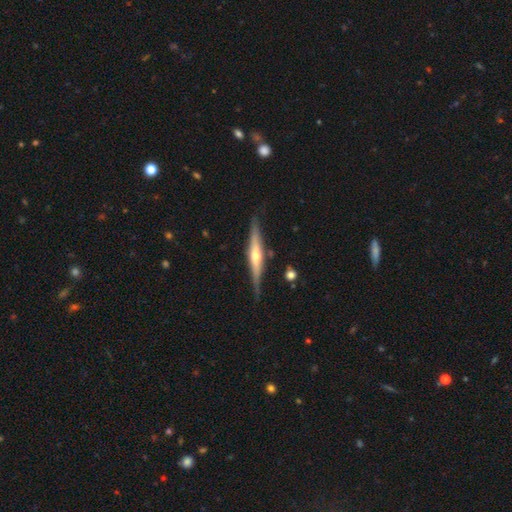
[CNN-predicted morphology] smooth_or_featured: featured or disk (p=0.73) [alt: smooth p=0.22]
disk_edge_on: yes (p=0.96) [alt: no p=0.04]
edge_on_bulge: rounded (p=0.83) [alt: none p=0.10]
merging: none (p=0.83) [alt: minor disturbance p=0.12]